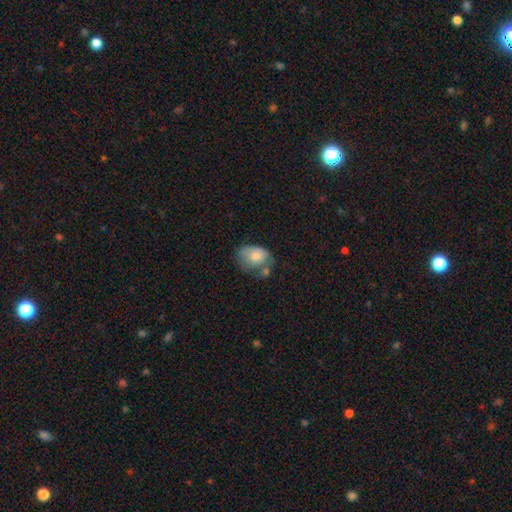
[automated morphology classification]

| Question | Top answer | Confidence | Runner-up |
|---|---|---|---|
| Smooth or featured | smooth | 71% | featured or disk (22%) |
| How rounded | in between | 71% | round (27%) |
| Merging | none | 32% | tied: minor disturbance (32%) |